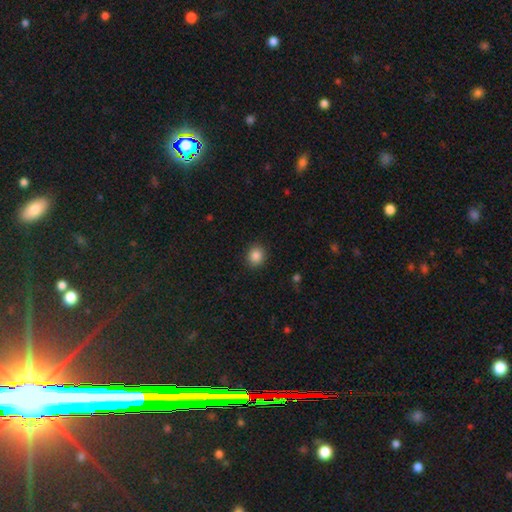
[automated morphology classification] This appears to be a smooth galaxy with no disk features (86%) that is round (80%). Merging: none (90%).